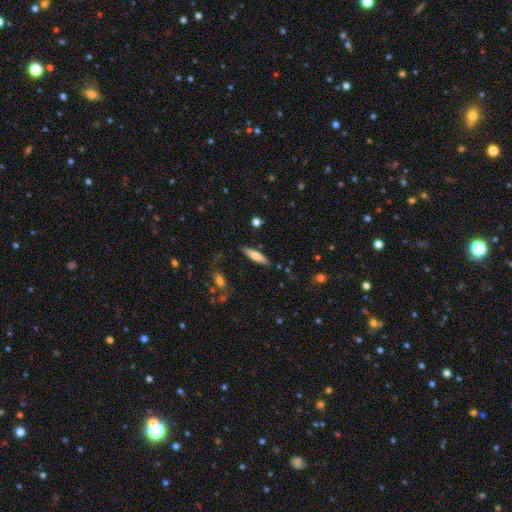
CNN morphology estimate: Overall: smooth (57%; featured or disk 36%). How rounded: cigar-shaped (78%). Merging: none (84%).